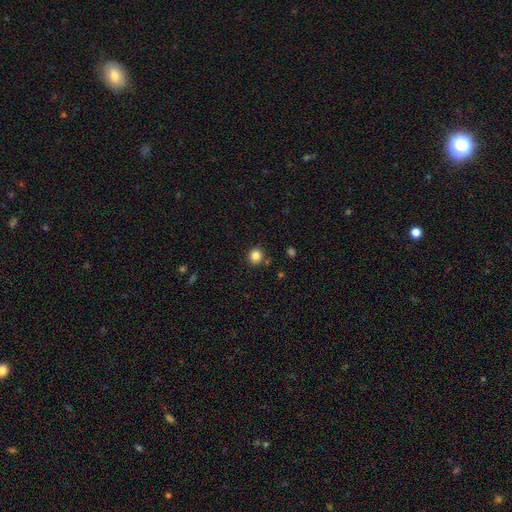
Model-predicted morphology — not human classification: The model was most divided on "smooth or featured": smooth: 84%, star or artifact: 11%, featured or disk: 4%. More confident: how rounded — round (91%); merging — none (87%).